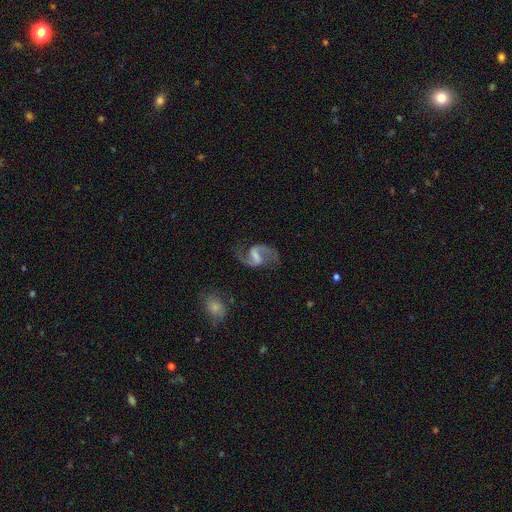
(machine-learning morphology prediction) Smooth or featured?
  - featured or disk: 90% *
  - star or artifact: 5%
  - smooth: 5%
Edge-on disk?
  - no: 98% *
  - yes: 2%
Bar?
  - weak: 47% *
  - strong: 41%
  - no: 11%
Spiral arms?
  - yes: 97% *
  - no: 3%
Spiral winding?
  - loose: 49% *
  - medium: 44%
  - tight: 7%
Spiral arm count?
  - 2: 94% *
  - 1: 2%
  - can't tell: 2%
  - 3: 1%
  - 4: 1%
  - more than 4: 1%
Bulge size?
  - none: 36% *
  - small: 34%
  - moderate: 24%
  - large: 5%
  - dominant: 1%
Merging?
  - none: 77% *
  - minor disturbance: 13%
  - major disturbance: 8%
  - merger: 2%